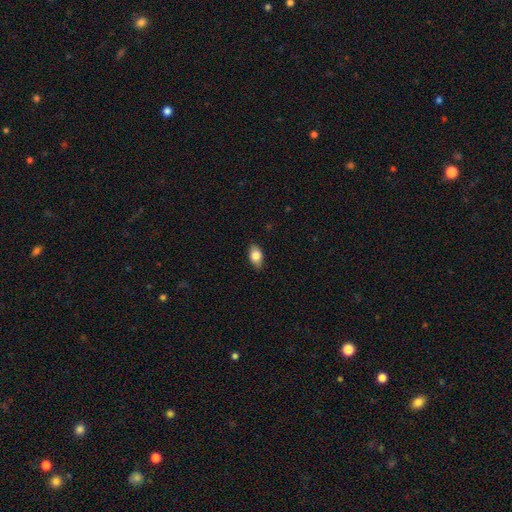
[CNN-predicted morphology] Smooth or featured?
  - smooth: 81% *
  - featured or disk: 11%
  - star or artifact: 7%
How rounded?
  - in between: 88% *
  - round: 9%
  - cigar-shaped: 3%
Merging?
  - none: 85% *
  - minor disturbance: 11%
  - major disturbance: 2%
  - merger: 1%